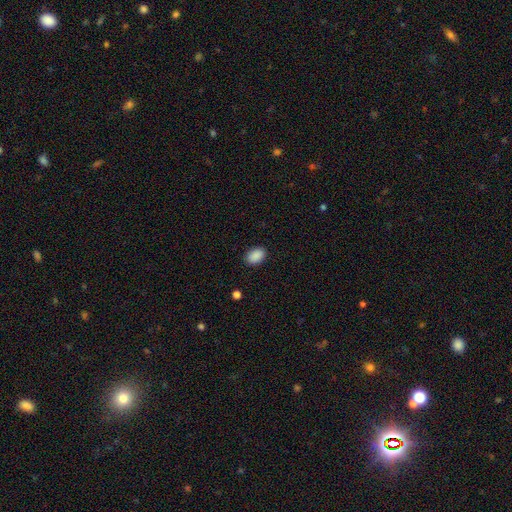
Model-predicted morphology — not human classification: This appears to be a smooth galaxy with no disk features (90%) that is in between round and cigar-shaped (87%). Merging: none (89%).